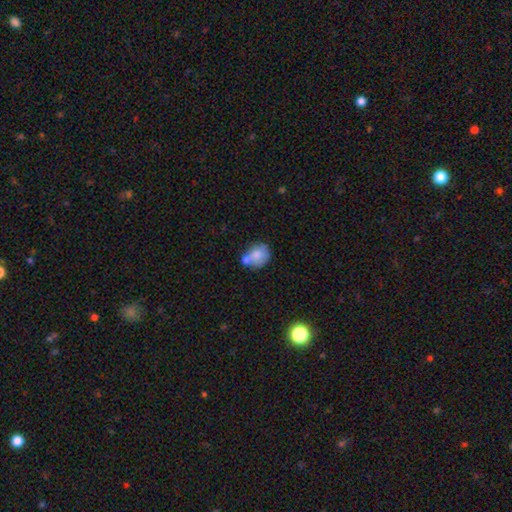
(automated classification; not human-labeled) Smooth or featured: smooth — 75% (featured or disk — 17%)
How rounded: round — 59% (in between — 40%)
Merging: none — 38% (tied with merger — 38%)